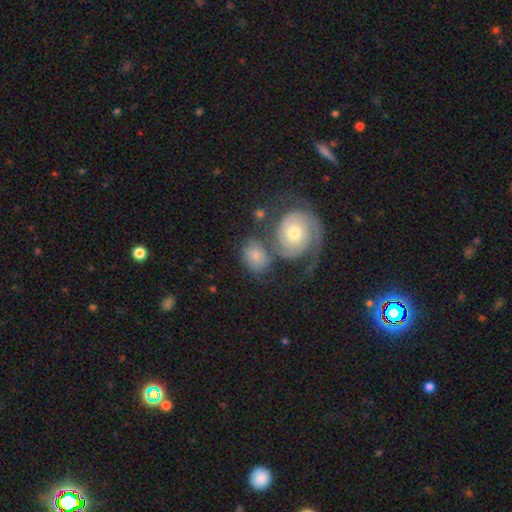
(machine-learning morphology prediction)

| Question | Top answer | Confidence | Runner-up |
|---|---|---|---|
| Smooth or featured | featured or disk | 49% | smooth (42%) |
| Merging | none | 40% | merger (34%) |